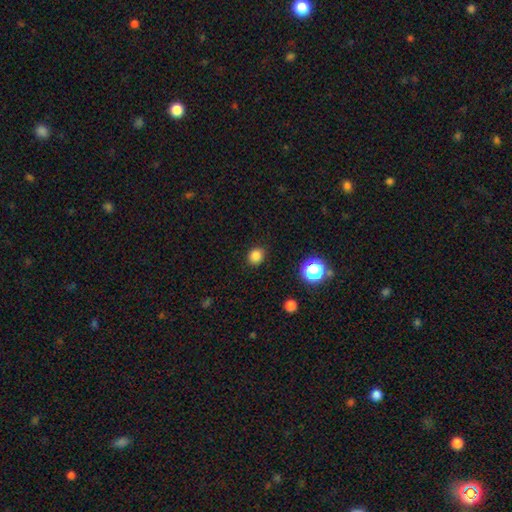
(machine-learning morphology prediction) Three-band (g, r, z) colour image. It shows a smooth galaxy with no disk features (83%) that is round (74%). Merging: none (89%).